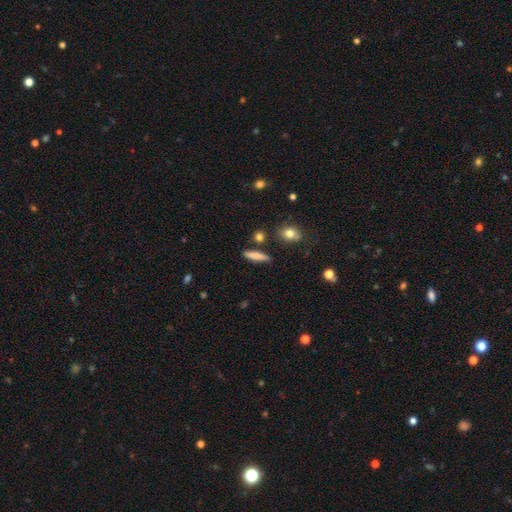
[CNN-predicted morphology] This is likely a smooth galaxy (80%). How rounded: likely cigar-shaped (79%). Merging: clearly none (83%).